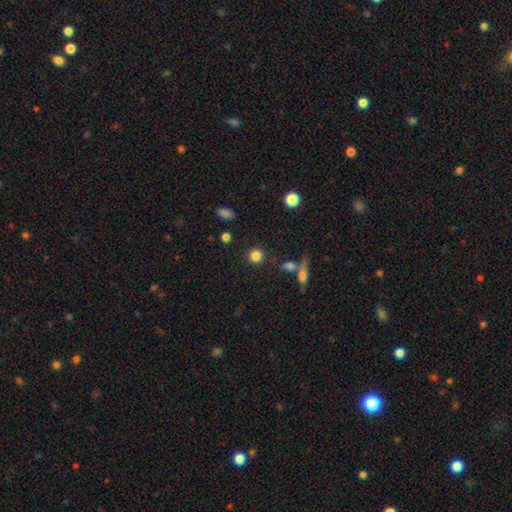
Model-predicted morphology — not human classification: This is clearly a smooth galaxy (83%). How rounded: clearly round (91%). Merging: clearly none (85%).